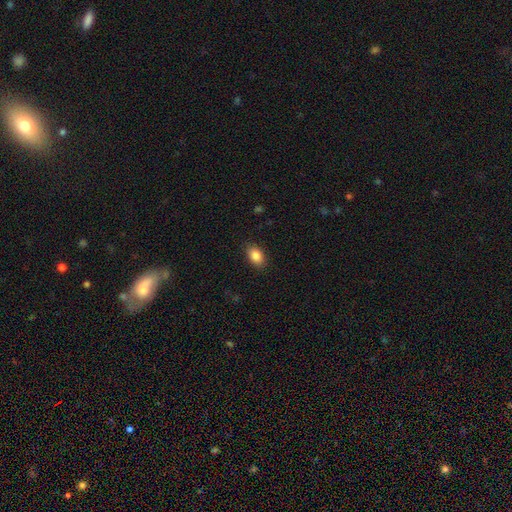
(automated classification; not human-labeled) This appears to be a smooth galaxy with no disk features (86%) that is in between round and cigar-shaped (85%). Merging: none (87%).